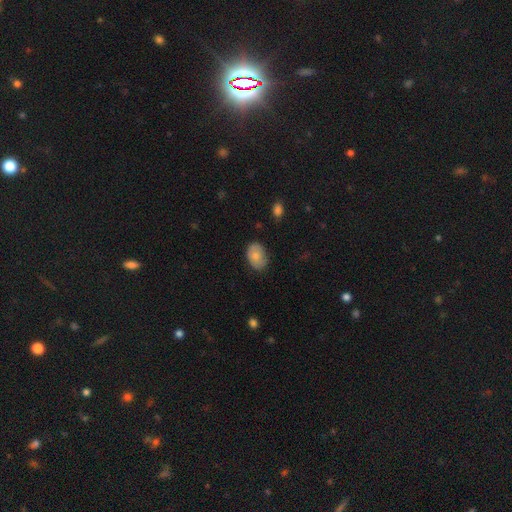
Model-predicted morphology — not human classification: smooth_or_featured: smooth (p=0.73) [alt: featured or disk p=0.20]
how_rounded: in between (p=0.81) [alt: round p=0.18]
merging: none (p=0.71) [alt: minor disturbance p=0.23]